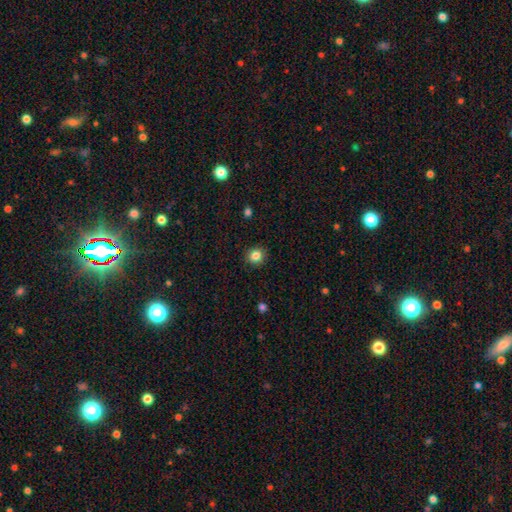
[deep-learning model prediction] smooth 83%, star or artifact 11%, featured or disk 6%. Down the decision tree: how rounded — round (87%); merging — none (91%).